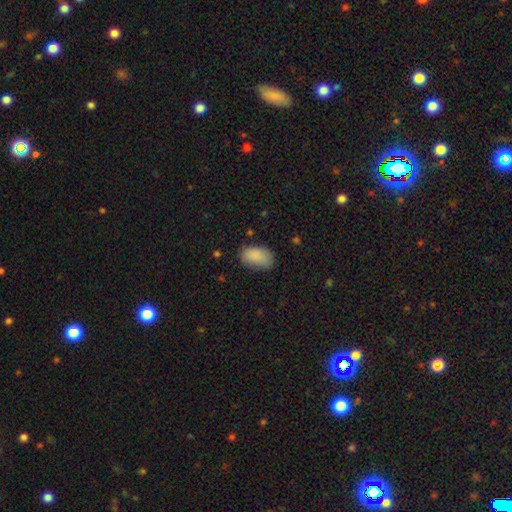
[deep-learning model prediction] Smooth or featured?
  - smooth: 88% *
  - star or artifact: 7%
  - featured or disk: 5%
How rounded?
  - in between: 92% *
  - round: 7%
  - cigar-shaped: 1%
Merging?
  - none: 73% *
  - minor disturbance: 21%
  - major disturbance: 5%
  - merger: 1%